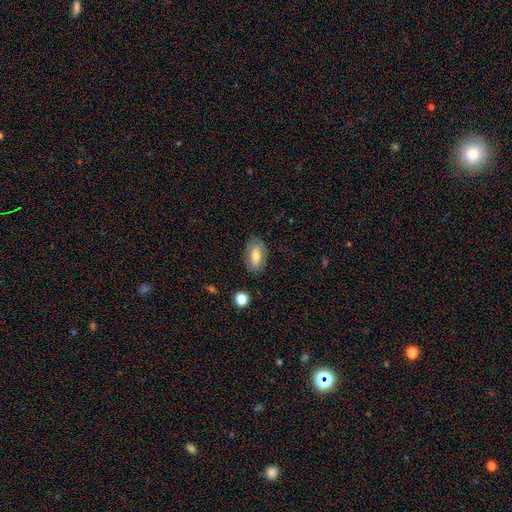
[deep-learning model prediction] Overall: smooth (66%; featured or disk 26%). How rounded: in between (89%). Merging: none (81%).